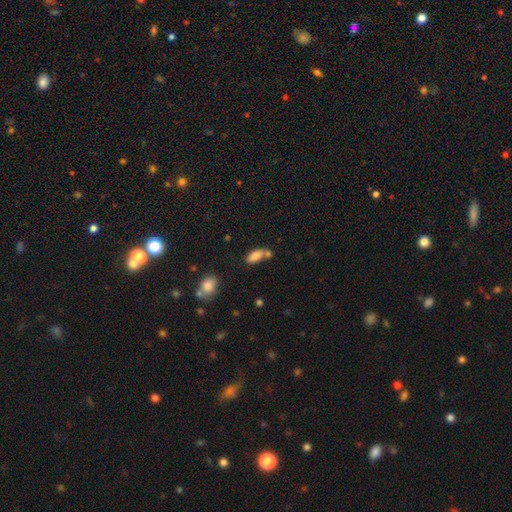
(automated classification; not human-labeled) A smooth galaxy with no disk features (83%) that is in between round and cigar-shaped (87%).

Vote fractions:
- Smooth or featured? smooth: 83% / star or artifact: 9% / featured or disk: 9%
- How rounded? in between: 87% / cigar-shaped: 10% / round: 3%
- Merging? none: 44% / merger: 34% / minor disturbance: 15% / major disturbance: 6%